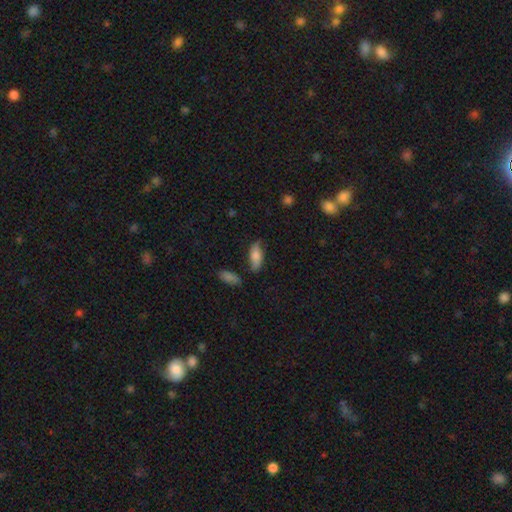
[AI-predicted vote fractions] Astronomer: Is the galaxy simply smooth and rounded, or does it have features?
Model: smooth — 66%.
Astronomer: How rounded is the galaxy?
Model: in between — 77%.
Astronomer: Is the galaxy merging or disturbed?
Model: none — 66%.